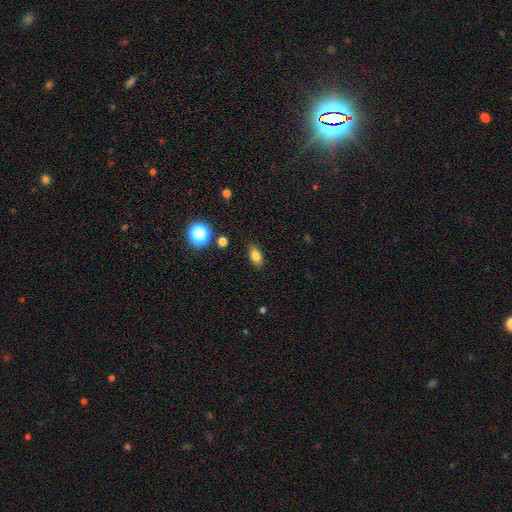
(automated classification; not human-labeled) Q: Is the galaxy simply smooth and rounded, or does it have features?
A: smooth — 79%.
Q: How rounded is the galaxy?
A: in between — 83%.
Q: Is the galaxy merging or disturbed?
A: none — 85%.